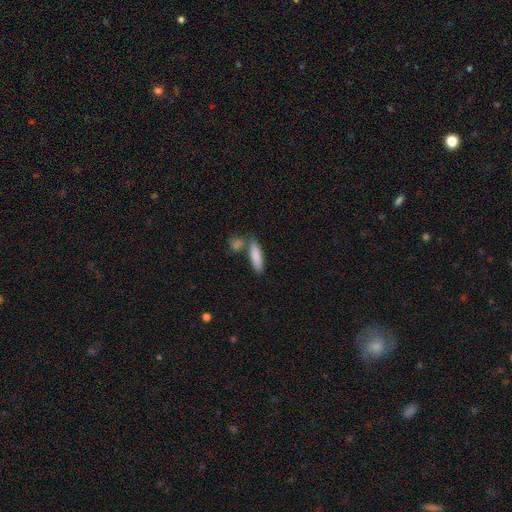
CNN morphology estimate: Q: Smooth or featured?
A: smooth (85%); runner-up: featured or disk (9%)
Q: How rounded?
A: cigar-shaped (51%); runner-up: in between (47%)
Q: Merging?
A: none (59%); runner-up: merger (25%)